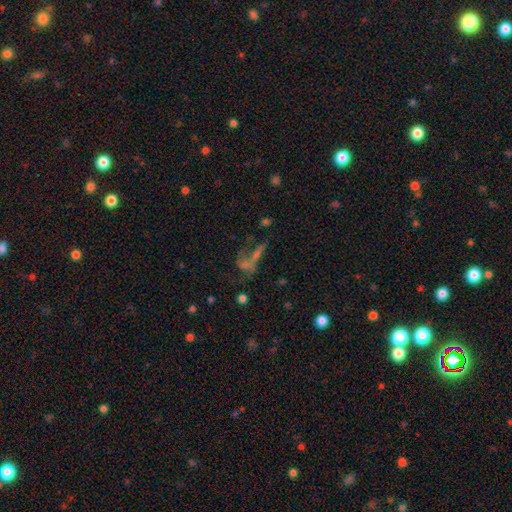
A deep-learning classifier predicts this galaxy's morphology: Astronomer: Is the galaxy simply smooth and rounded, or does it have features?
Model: star or artifact — 36% (runner-up: featured or disk, 34%).